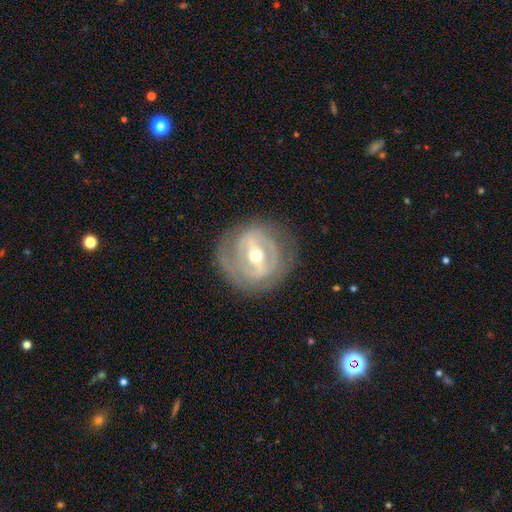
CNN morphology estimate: smooth-or-featured: featured or disk: 81% | smooth: 14% | star or artifact: 5%
  disk-edge-on: no: 93% | yes: 7%
    bar: strong: 57% | weak: 31% | no: 12%
    has-spiral-arms: yes: 60% | no: 40%
    bulge-size: moderate: 64% | small: 31% | large: 3% | dominant: 1% | none: 1%
  merging: none: 78% | minor disturbance: 14% | major disturbance: 7% | merger: 1%